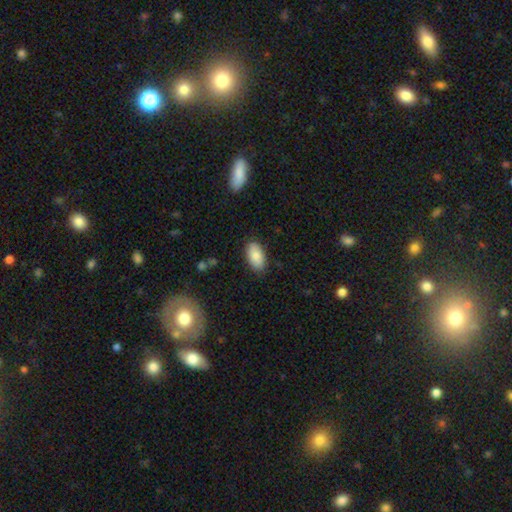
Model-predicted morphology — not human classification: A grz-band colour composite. It shows a smooth galaxy with no disk features (82%) that is in between round and cigar-shaped (94%). Merging: none (85%).